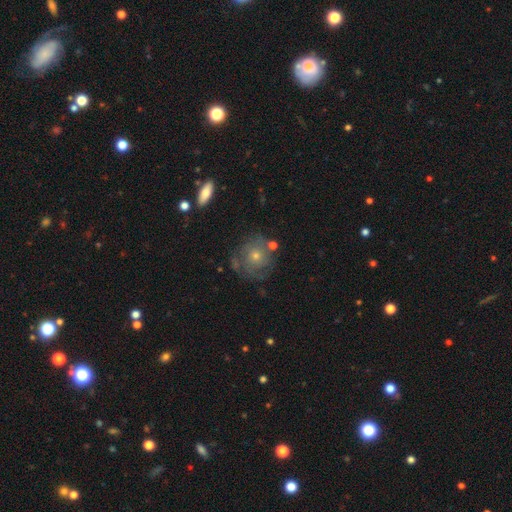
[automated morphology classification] Overall: featured or disk (55%; smooth 32%). Edge-on disk: no (95%). Bar: no (87%). Spiral arms: yes (67%; no 33%). Bulge size: small (58%; moderate 36%). Merging: none (71%).